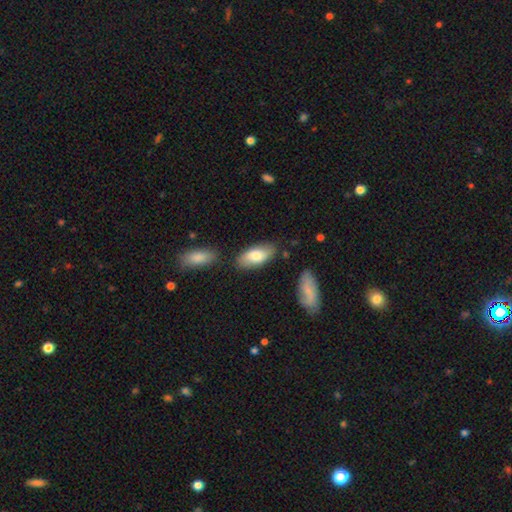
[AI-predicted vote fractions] Smooth or featured? Predicted: smooth (p=0.77). How rounded? Predicted: in between (p=0.89). Merging? Predicted: none (p=0.78).